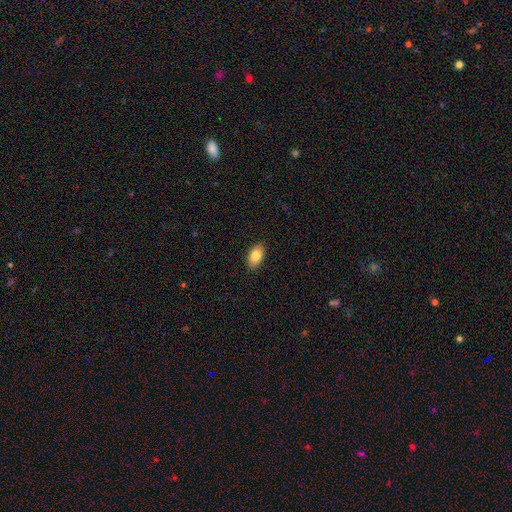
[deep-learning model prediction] Q: Smooth or featured?
A: smooth (83%); runner-up: featured or disk (10%)
Q: How rounded?
A: in between (92%); runner-up: round (6%)
Q: Merging?
A: none (88%); runner-up: minor disturbance (9%)